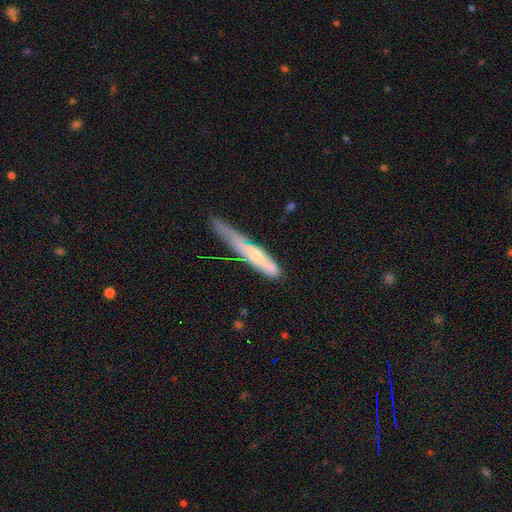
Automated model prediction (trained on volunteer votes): smooth-or-featured: smooth: 50% | featured or disk: 44% | star or artifact: 7%
  merging: none: 43% | minor disturbance: 36% | major disturbance: 16% | merger: 5%